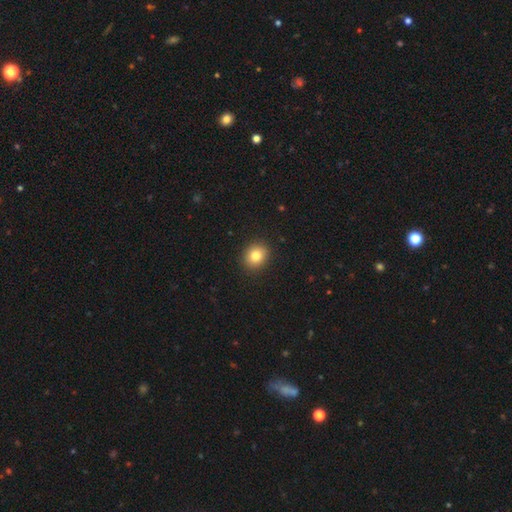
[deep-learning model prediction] The model was most divided on "how rounded": round: 69%, in between: 30%, cigar-shaped: 1%. More confident: merging — none (91%); smooth or featured — smooth (82%).